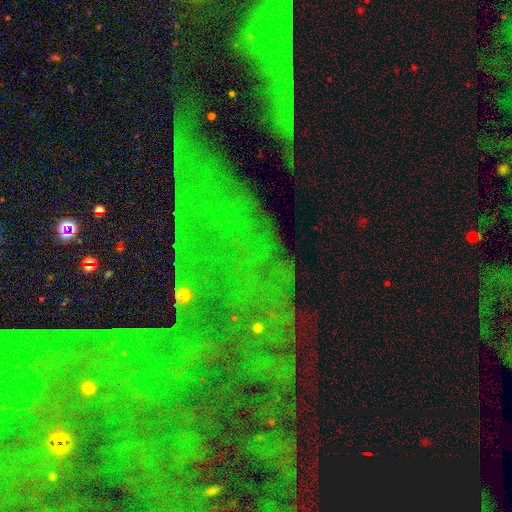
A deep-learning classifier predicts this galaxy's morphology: The model was most divided on "smooth or featured": star or artifact: 81%, featured or disk: 11%, smooth: 8%.